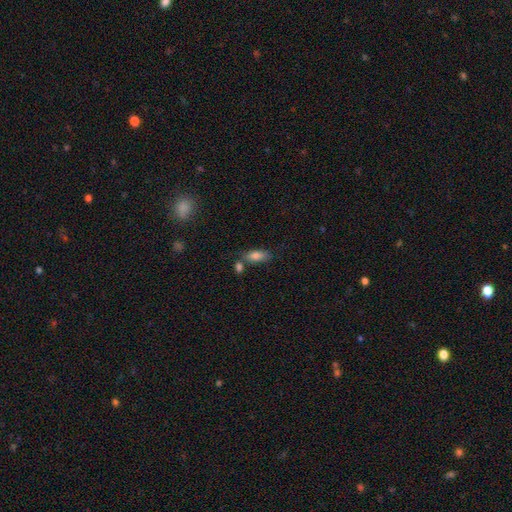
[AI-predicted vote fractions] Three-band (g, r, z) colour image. It shows a smooth galaxy with no disk features (81%) that is in between round and cigar-shaped (79%). Merging: none (63%).